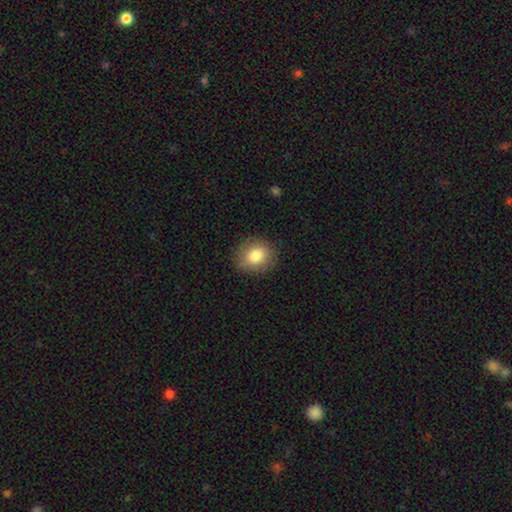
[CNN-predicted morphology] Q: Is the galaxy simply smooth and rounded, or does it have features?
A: smooth — 82%.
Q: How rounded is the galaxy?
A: round — 68%.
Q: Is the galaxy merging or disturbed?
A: none — 87%.